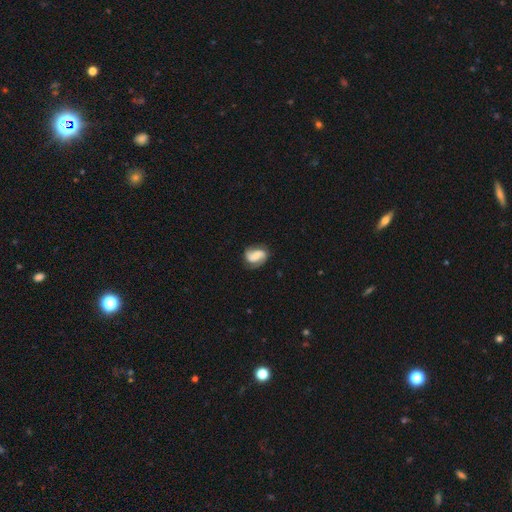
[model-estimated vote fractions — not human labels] Smooth or featured? featured or disk (70%)
Edge-on disk? no (98%)
Bar? weak (41%)
Spiral arms? yes (94%)
Spiral winding? medium (43%)
Spiral arm count? 2 (87%)
Bulge size? small (37%)
Merging? none (73%)